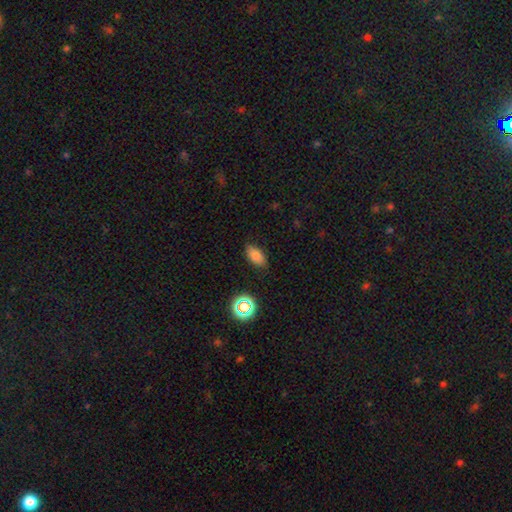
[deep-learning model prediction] smooth_or_featured: smooth (p=0.77) [alt: star or artifact p=0.13]
how_rounded: in between (p=0.89) [alt: round p=0.06]
merging: none (p=0.82) [alt: minor disturbance p=0.14]